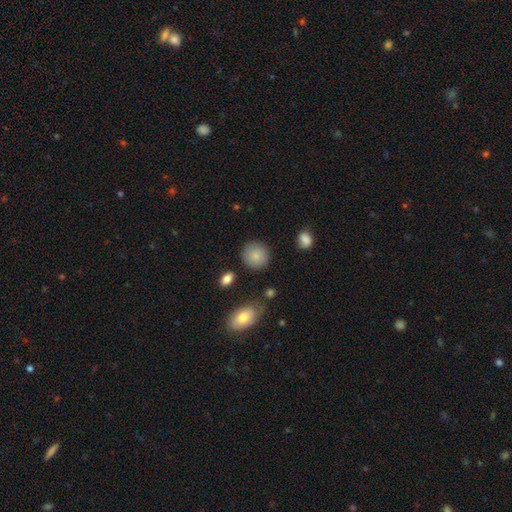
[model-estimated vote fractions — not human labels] This is clearly a smooth galaxy (86%). How rounded: clearly round (90%). Merging: clearly none (85%).